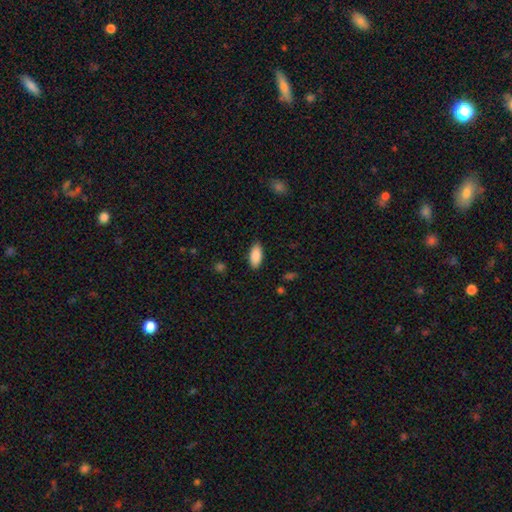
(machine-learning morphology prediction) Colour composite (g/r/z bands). It shows a smooth galaxy with no disk features (87%) that is in between round and cigar-shaped (90%). Merging: none (87%).